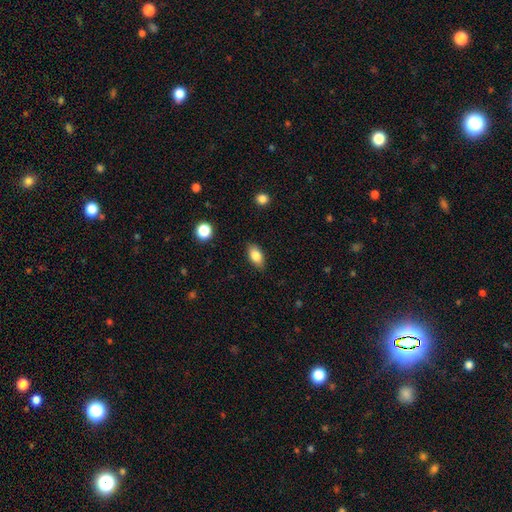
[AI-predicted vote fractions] smooth 82%, featured or disk 10%, star or artifact 8%. Down the decision tree: how rounded — in between (88%); merging — none (86%).